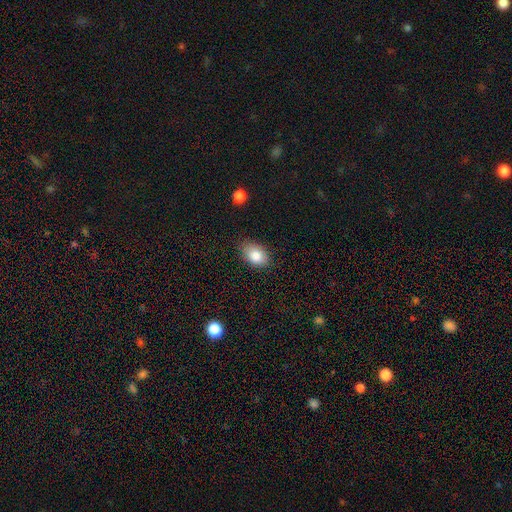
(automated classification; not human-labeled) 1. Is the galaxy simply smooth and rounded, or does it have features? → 84% smooth, 8% featured or disk, 8% star or artifact.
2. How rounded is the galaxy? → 86% in between, 12% round, 1% cigar-shaped.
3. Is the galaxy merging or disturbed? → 79% none, 17% minor disturbance, 3% major disturbance, 1% merger.